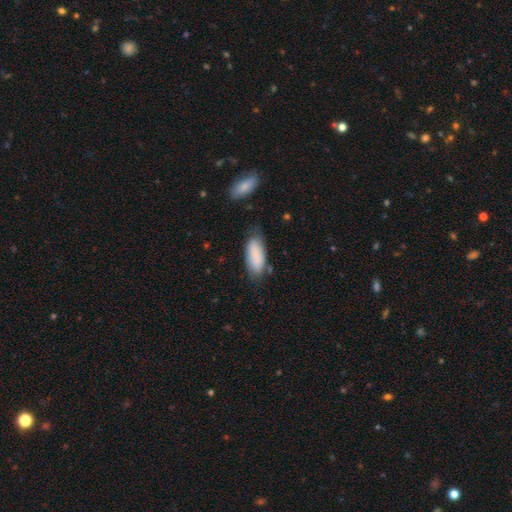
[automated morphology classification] Overall: smooth (84%). How rounded: in between (82%). Merging: none (66%).